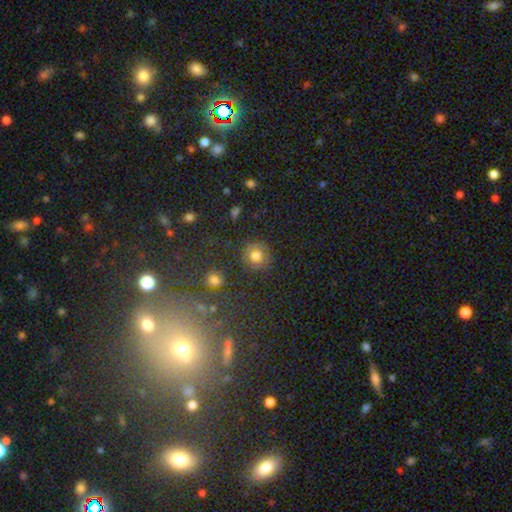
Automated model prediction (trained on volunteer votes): This is likely a smooth galaxy (77%). How rounded: clearly round (92%). Merging: clearly none (86%).